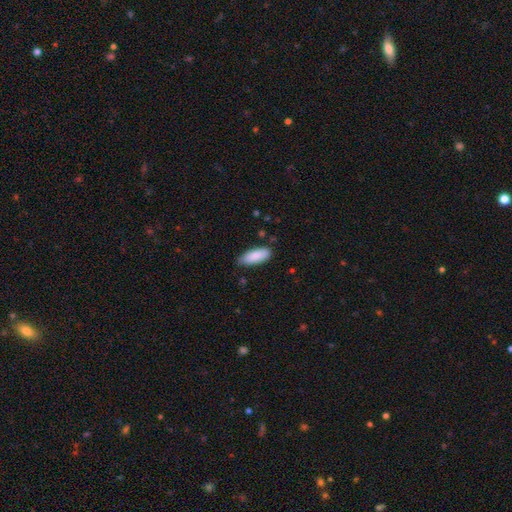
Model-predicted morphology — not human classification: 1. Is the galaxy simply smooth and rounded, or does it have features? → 88% smooth, 6% star or artifact, 6% featured or disk.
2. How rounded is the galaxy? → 78% in between, 21% cigar-shaped, 2% round.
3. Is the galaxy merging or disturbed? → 77% none, 19% minor disturbance, 3% major disturbance, 1% merger.